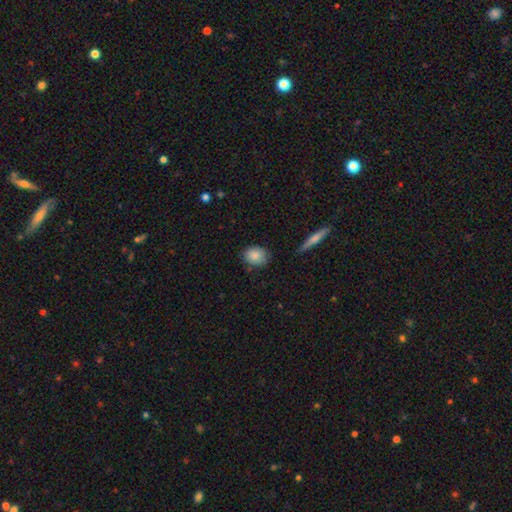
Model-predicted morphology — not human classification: smooth 86%, featured or disk 7%, star or artifact 7%. Down the decision tree: how rounded — round (53%); merging — none (78%).